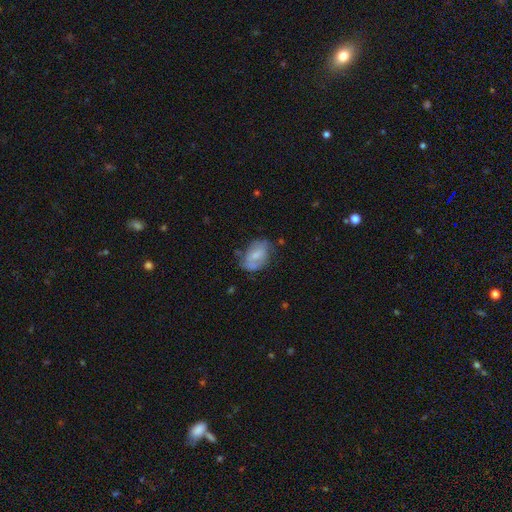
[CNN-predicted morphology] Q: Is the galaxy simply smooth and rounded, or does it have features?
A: smooth — 53%.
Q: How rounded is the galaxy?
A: in between — 84%.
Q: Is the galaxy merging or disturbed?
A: none — 54%.